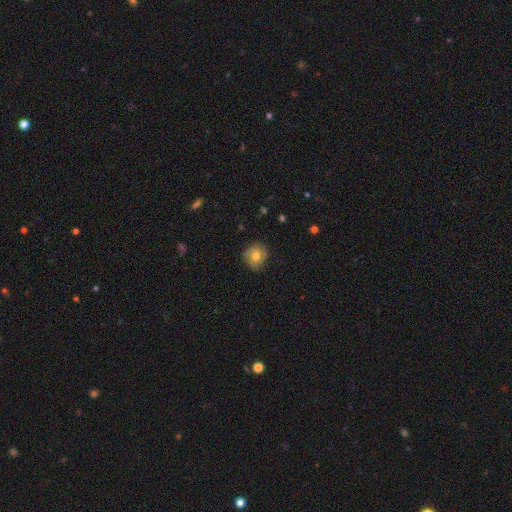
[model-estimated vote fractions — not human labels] A smooth galaxy with no disk features (67%) that is round (86%). Merging: none (78%).